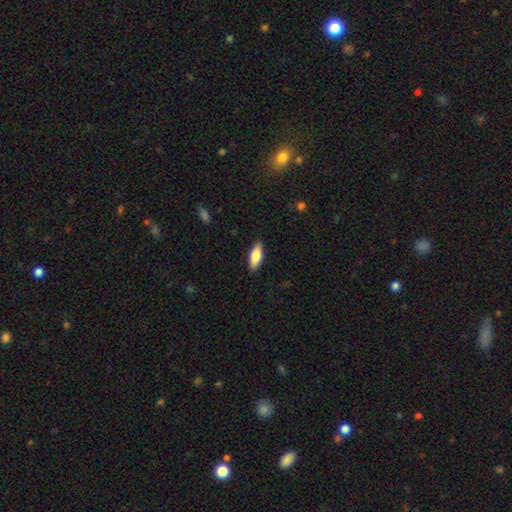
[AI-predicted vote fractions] smooth-or-featured: smooth: 74% | featured or disk: 20% | star or artifact: 6%
  how-rounded: in between: 73% | cigar-shaped: 24% | round: 2%
  merging: none: 89% | minor disturbance: 9% | major disturbance: 2% | merger: 1%